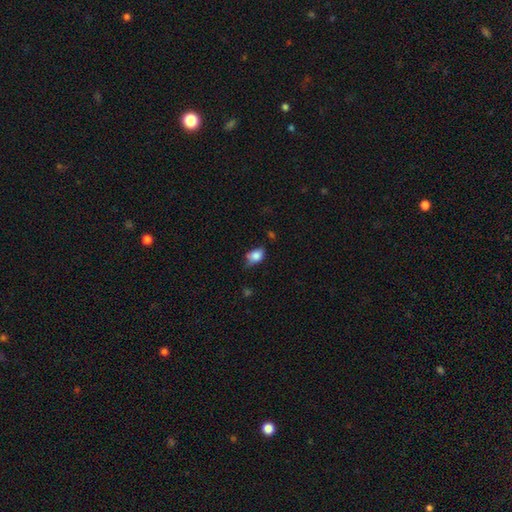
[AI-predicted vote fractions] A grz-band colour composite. It shows a smooth galaxy with no disk features (83%) that is in between round and cigar-shaped (82%). Merging: none (50%).